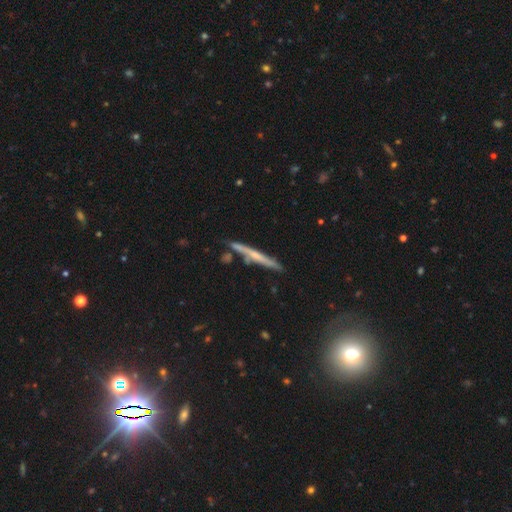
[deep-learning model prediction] Q: Smooth or featured?
A: featured or disk (57%); runner-up: smooth (36%)
Q: Edge-on disk?
A: yes (95%); runner-up: no (5%)
Q: Edge-on bulge?
A: none (52%); runner-up: rounded (40%)
Q: Merging?
A: none (76%); runner-up: minor disturbance (14%)